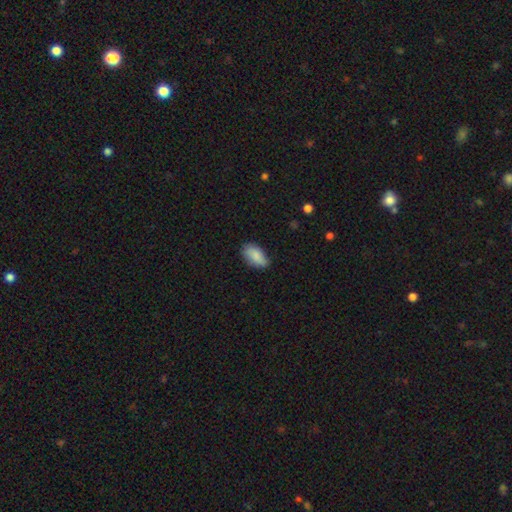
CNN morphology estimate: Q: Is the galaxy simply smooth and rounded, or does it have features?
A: smooth — 82%.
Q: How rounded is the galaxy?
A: in between — 93%.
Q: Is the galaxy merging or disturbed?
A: none — 71%.